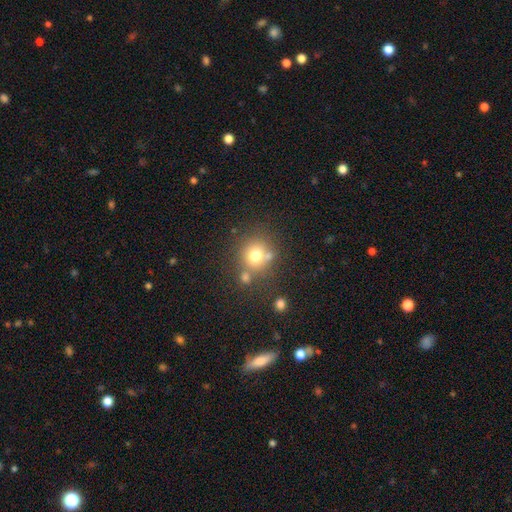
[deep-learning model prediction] Smooth or featured?
  - smooth: 72% *
  - star or artifact: 14%
  - featured or disk: 14%
How rounded?
  - round: 86% *
  - in between: 13%
  - cigar-shaped: 1%
Merging?
  - none: 64% *
  - merger: 20%
  - minor disturbance: 11%
  - major disturbance: 5%